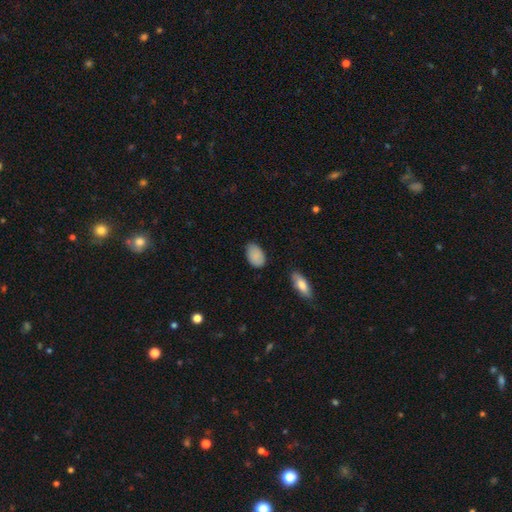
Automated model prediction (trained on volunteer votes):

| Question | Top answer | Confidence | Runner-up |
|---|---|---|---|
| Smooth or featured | smooth | 88% | star or artifact (7%) |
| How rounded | in between | 92% | round (7%) |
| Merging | none | 78% | minor disturbance (18%) |